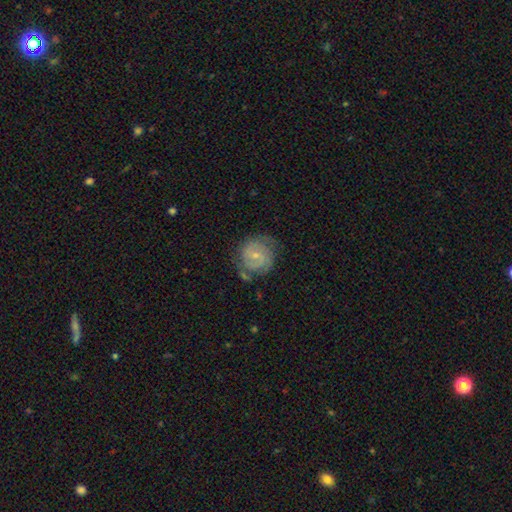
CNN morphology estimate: smooth_or_featured: featured or disk (p=0.73) [alt: smooth p=0.21]
disk_edge_on: no (p=0.98) [alt: yes p=0.02]
bar: no (p=0.48) [alt: weak p=0.44]
has_spiral_arms: yes (p=0.91) [alt: no p=0.09]
spiral_winding: tight (p=0.54) [alt: medium p=0.36]
spiral_arm_count: 2 (p=0.61) [alt: can't tell p=0.20]
bulge_size: small (p=0.67) [alt: moderate p=0.28]
merging: none (p=0.65) [alt: minor disturbance p=0.22]